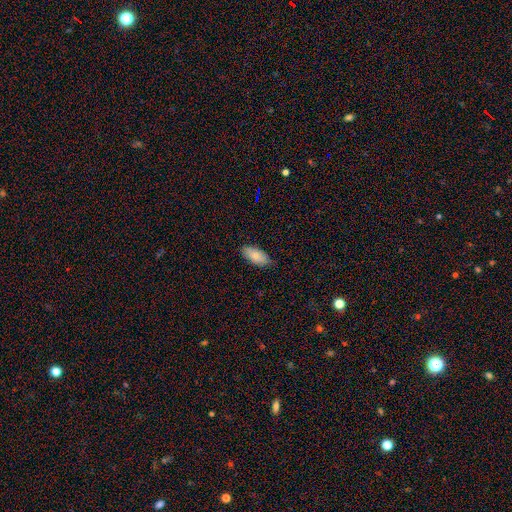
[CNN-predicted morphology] Overall: smooth (82%). How rounded: in between (90%). Merging: none (83%).